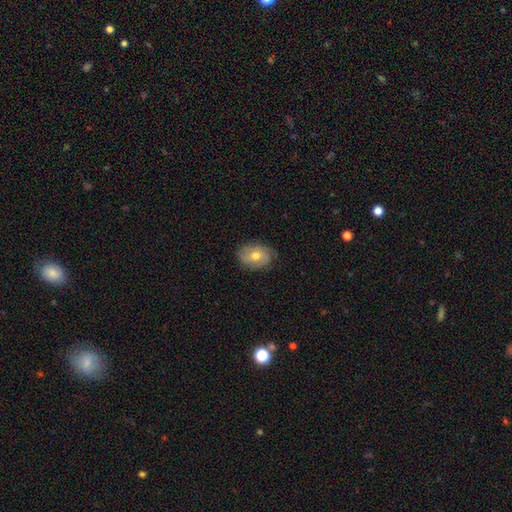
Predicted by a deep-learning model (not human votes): A smooth galaxy with no disk features (57%) that is in between round and cigar-shaped (70%). Merging: none (76%).